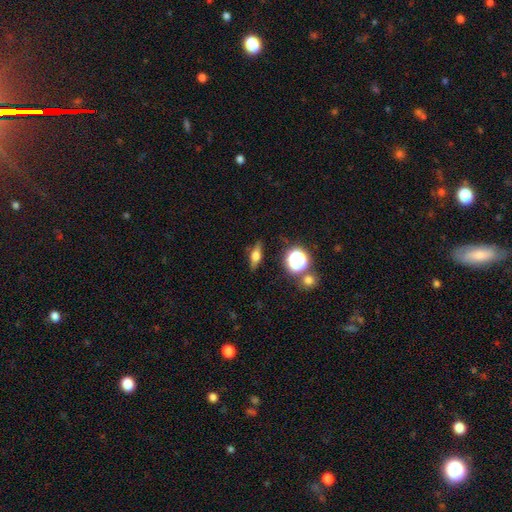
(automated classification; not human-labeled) Overall: smooth (46%; featured or disk 42%). Merging: none (83%).